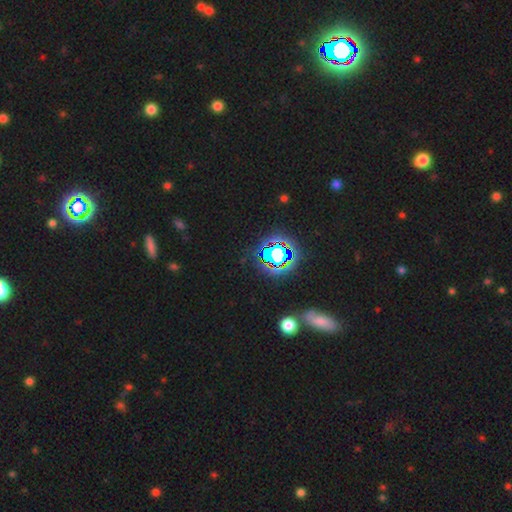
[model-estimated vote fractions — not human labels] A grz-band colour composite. It shows a star or artifact, not a galaxy (76%).